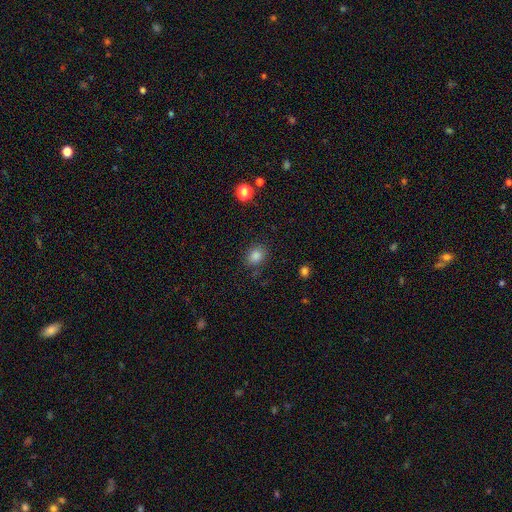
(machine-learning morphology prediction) Smooth or featured? Predicted: smooth (p=0.83). How rounded? Predicted: round (p=0.51). Merging? Predicted: none (p=0.84).